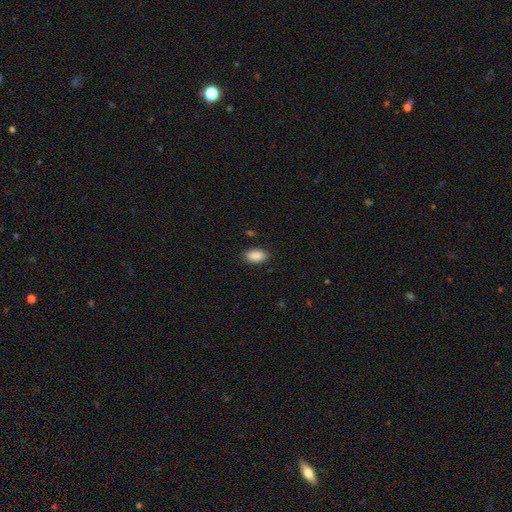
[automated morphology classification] Overall: smooth (90%). How rounded: in between (92%). Merging: none (87%).